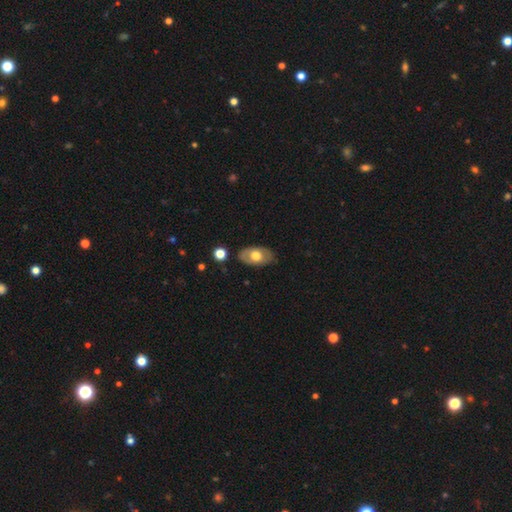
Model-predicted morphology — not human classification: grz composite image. It shows a smooth galaxy with no disk features (55%) that is in between round and cigar-shaped (90%). Merging: none (81%).